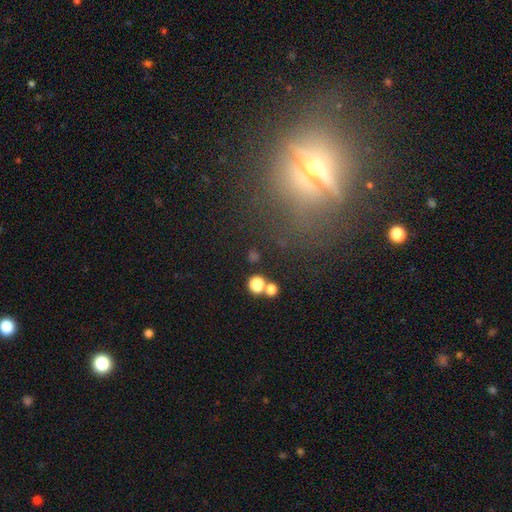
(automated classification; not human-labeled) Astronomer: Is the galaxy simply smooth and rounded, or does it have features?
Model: star or artifact — 45% (runner-up: featured or disk, 31%).